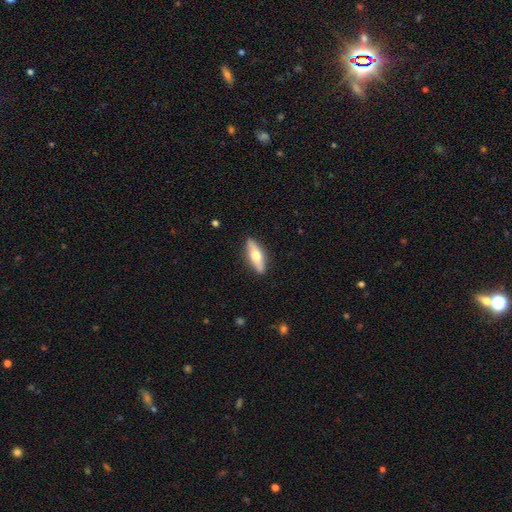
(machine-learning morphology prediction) Smooth or featured?
  - smooth: 55% *
  - featured or disk: 39%
  - star or artifact: 6%
How rounded?
  - in between: 52% *
  - cigar-shaped: 46%
  - round: 2%
Merging?
  - none: 88% *
  - minor disturbance: 9%
  - major disturbance: 2%
  - merger: 1%